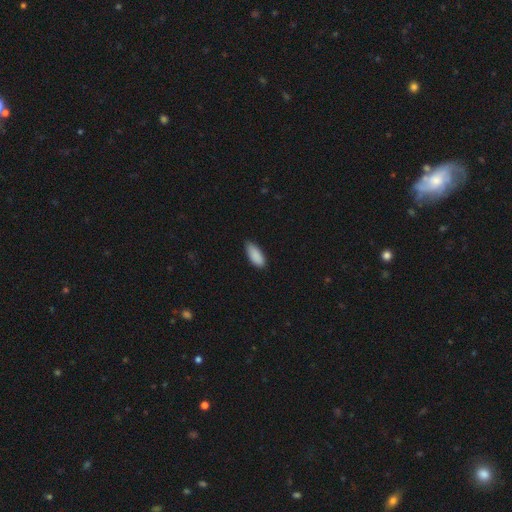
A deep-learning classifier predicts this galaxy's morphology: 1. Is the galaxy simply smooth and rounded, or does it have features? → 90% smooth, 6% star or artifact, 4% featured or disk.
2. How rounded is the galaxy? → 84% in between, 15% cigar-shaped, 2% round.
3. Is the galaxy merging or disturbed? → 78% none, 19% minor disturbance, 2% major disturbance, 1% merger.